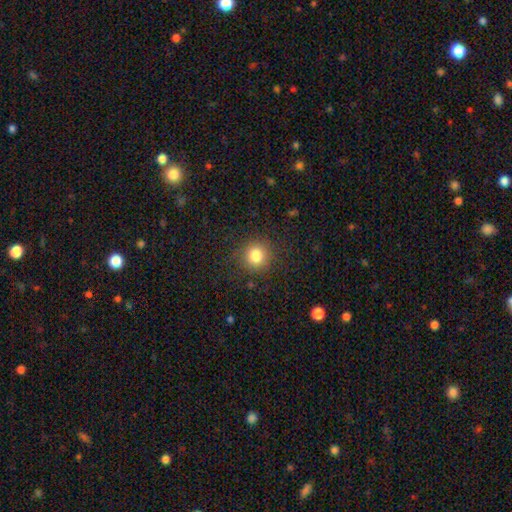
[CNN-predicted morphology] Q: Smooth or featured?
A: smooth (82%); runner-up: star or artifact (12%)
Q: How rounded?
A: round (91%); runner-up: in between (8%)
Q: Merging?
A: none (88%); runner-up: minor disturbance (8%)